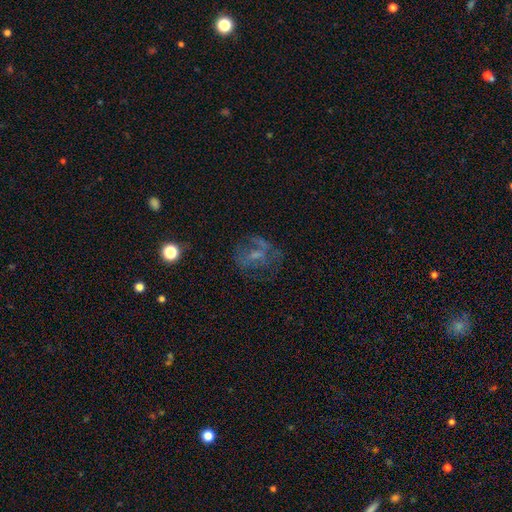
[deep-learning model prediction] Smooth or featured: featured or disk — 53% (smooth — 27%)
Edge-on disk: no — 96% (yes — 4%)
Bar: no — 57% (weak — 34%)
Spiral arms: no — 62% (yes — 38%)
Bulge size: small — 41% (none — 28%)
Merging: none — 51% (major disturbance — 26%)